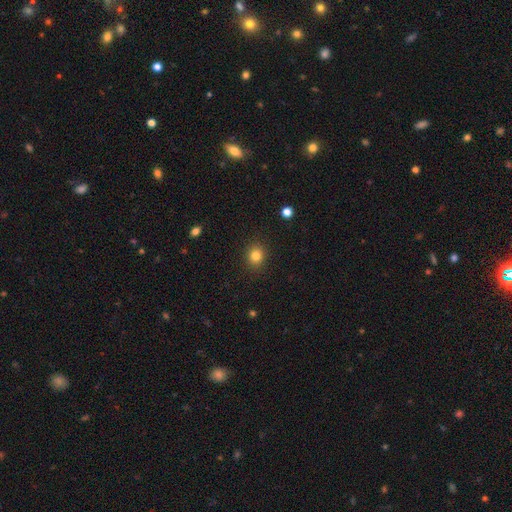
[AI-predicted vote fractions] This appears to be a smooth galaxy with no disk features (83%) that is round (74%). Merging: none (90%).